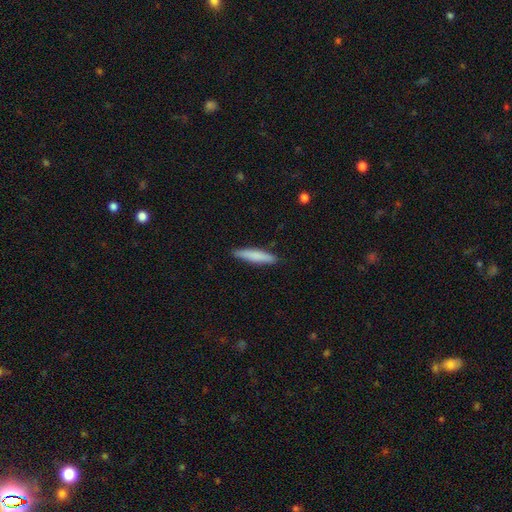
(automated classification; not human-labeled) This appears to be a smooth galaxy with no disk features (78%) that is cigar-shaped (89%). Merging: none (89%).